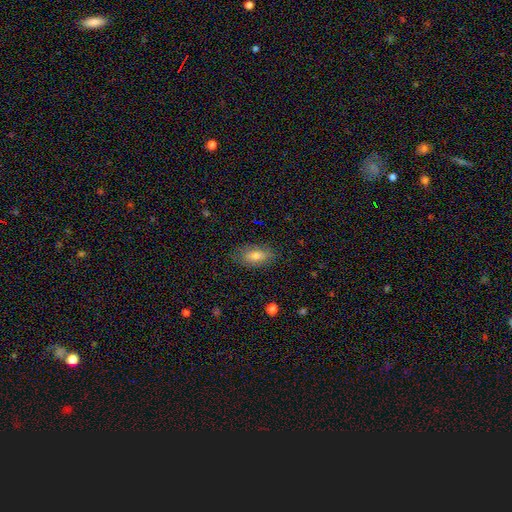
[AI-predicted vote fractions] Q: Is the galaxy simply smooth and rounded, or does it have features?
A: smooth — 72%.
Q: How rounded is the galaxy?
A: in between — 85%.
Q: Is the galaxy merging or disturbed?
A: none — 82%.